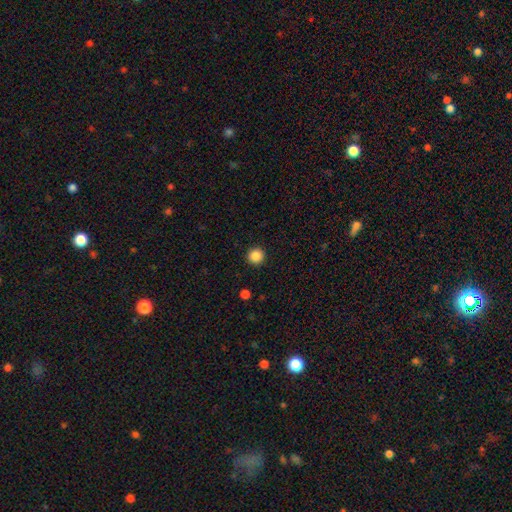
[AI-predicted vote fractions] Smooth or featured?
  - smooth: 87% *
  - star or artifact: 10%
  - featured or disk: 3%
How rounded?
  - round: 96% *
  - in between: 3%
  - cigar-shaped: 1%
Merging?
  - none: 93% *
  - minor disturbance: 4%
  - major disturbance: 2%
  - merger: 1%